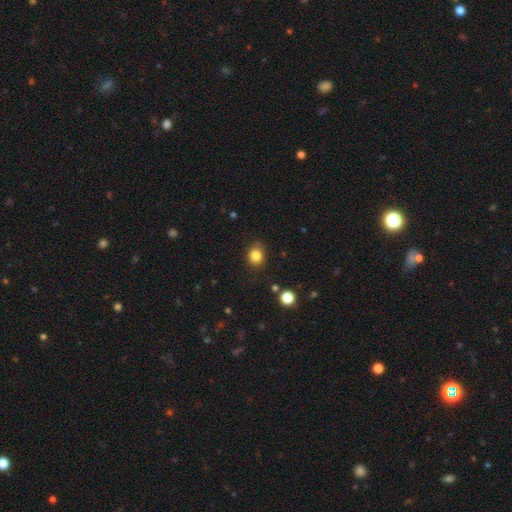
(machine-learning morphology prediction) Smooth or featured? Predicted: smooth (p=0.83). How rounded? Predicted: round (p=0.74). Merging? Predicted: none (p=0.77).